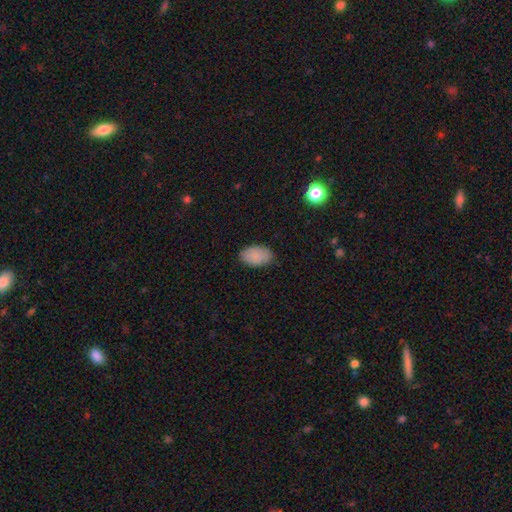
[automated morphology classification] A smooth galaxy with no disk features (88%) that is in between round and cigar-shaped (92%). Merging: none (81%).